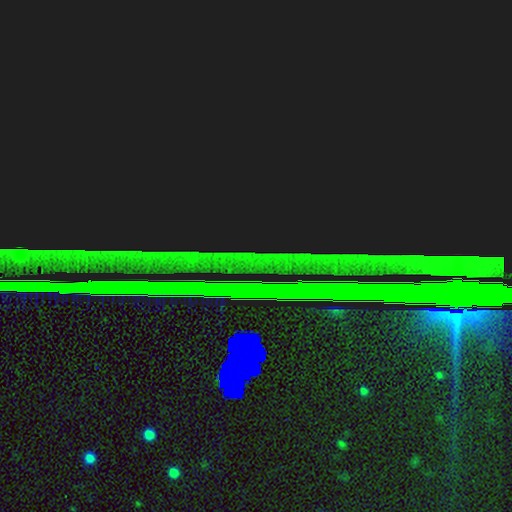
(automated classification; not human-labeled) The model was most divided on "smooth or featured": star or artifact: 86%, featured or disk: 8%, smooth: 6%.